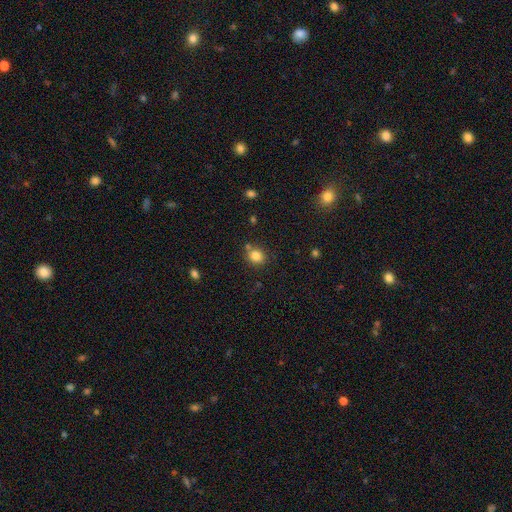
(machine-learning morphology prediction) Q: Smooth or featured?
A: smooth (82%); runner-up: star or artifact (12%)
Q: How rounded?
A: round (76%); runner-up: in between (23%)
Q: Merging?
A: none (71%); runner-up: minor disturbance (13%)